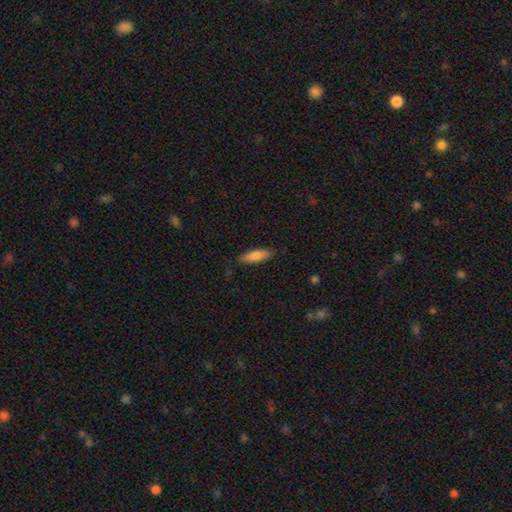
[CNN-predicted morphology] A smooth galaxy with no disk features (76%) that is cigar-shaped (57%). Merging: none (83%).